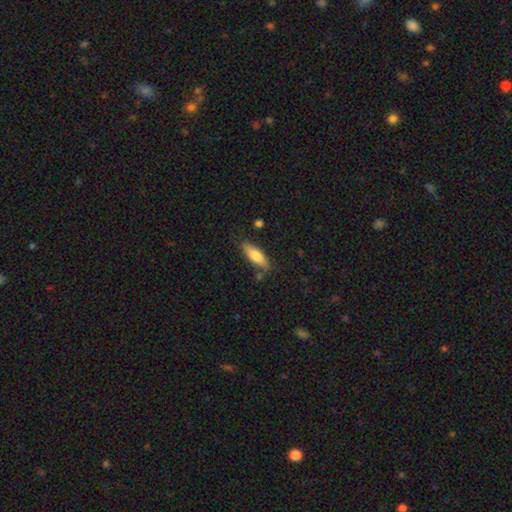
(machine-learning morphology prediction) This is likely a smooth galaxy (72%). How rounded: possibly in between (59%). Merging: likely none (75%).